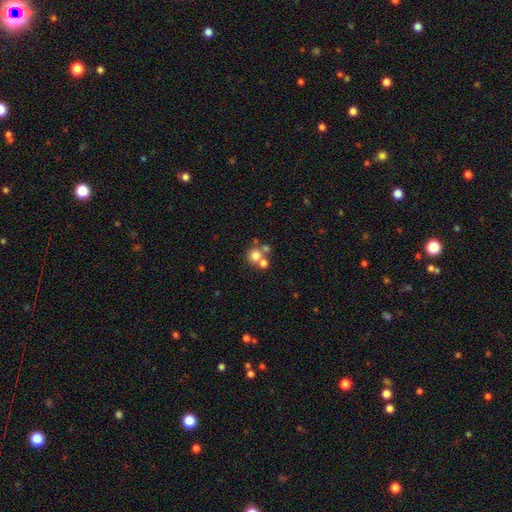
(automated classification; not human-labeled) Overall: smooth (72%). How rounded: round (87%). Merging: none (49%; merger 40%).